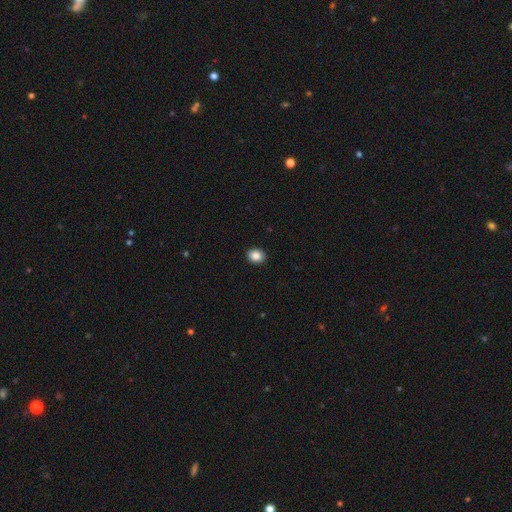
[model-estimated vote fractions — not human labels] Overall: smooth (86%). How rounded: round (54%; in between 45%). Merging: none (91%).